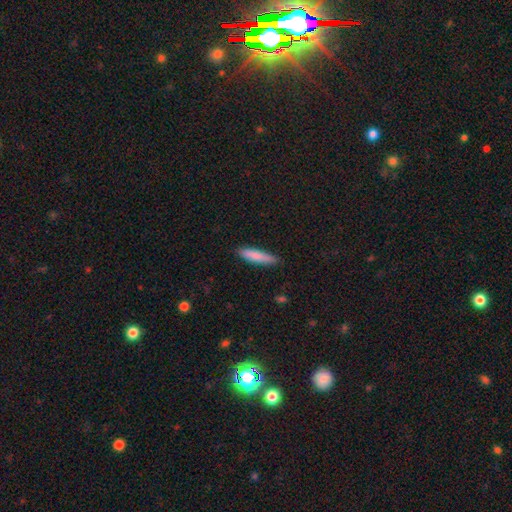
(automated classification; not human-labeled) smooth 83%, featured or disk 12%, star or artifact 6%. Down the decision tree: how rounded — cigar-shaped (83%); merging — none (87%).